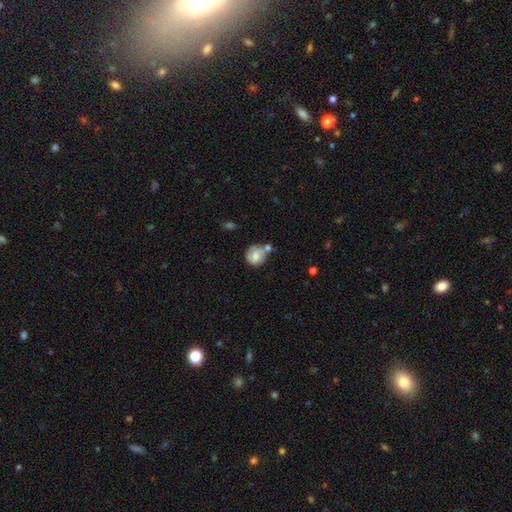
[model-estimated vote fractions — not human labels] A smooth galaxy with no disk features (59%) that is round (81%).

Vote fractions:
- Smooth or featured? smooth: 59% / featured or disk: 33% / star or artifact: 8%
- How rounded? round: 81% / in between: 18% / cigar-shaped: 1%
- Merging? none: 49% / minor disturbance: 22% / merger: 22% / major disturbance: 7%